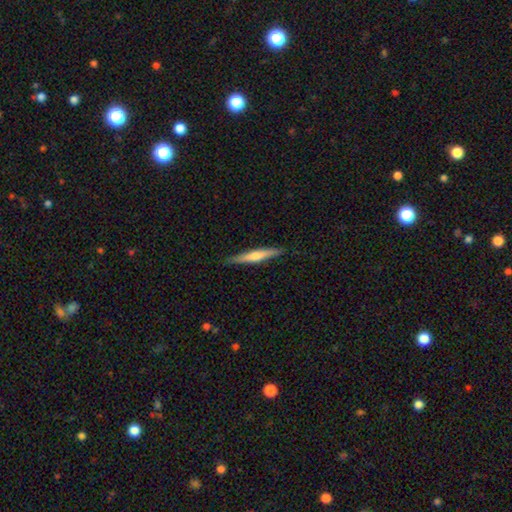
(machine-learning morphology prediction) This appears to be a featured or disk galaxy (52%) viewed edge-on (97%) with a rounded central bulge (73%). Merging: none (89%).